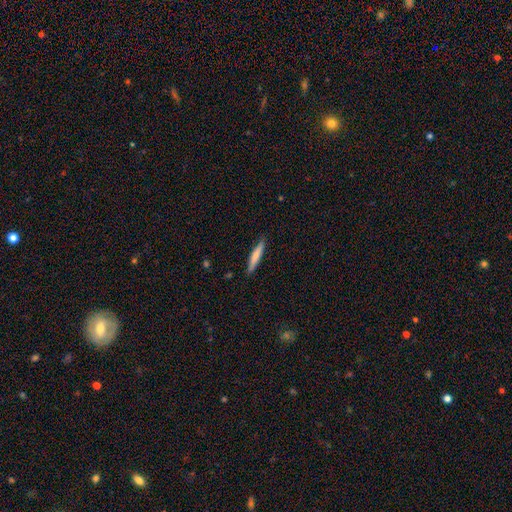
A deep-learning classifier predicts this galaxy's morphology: smooth 69%, featured or disk 26%, star or artifact 6%. Down the decision tree: how rounded — cigar-shaped (92%); merging — none (89%).